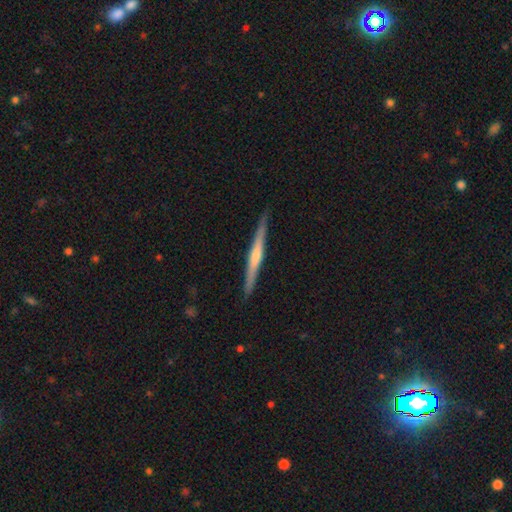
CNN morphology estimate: Overall: featured or disk (77%). Edge-on disk: yes (98%). Edge-on bulge: rounded (70%). Merging: none (91%).